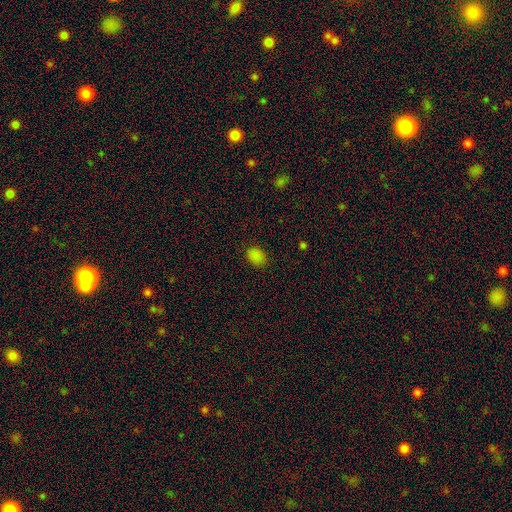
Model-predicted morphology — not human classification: Smooth or featured?
  - smooth: 82% *
  - star or artifact: 15%
  - featured or disk: 3%
How rounded?
  - in between: 65% *
  - round: 34%
  - cigar-shaped: 1%
Merging?
  - none: 85% *
  - minor disturbance: 11%
  - major disturbance: 3%
  - merger: 1%